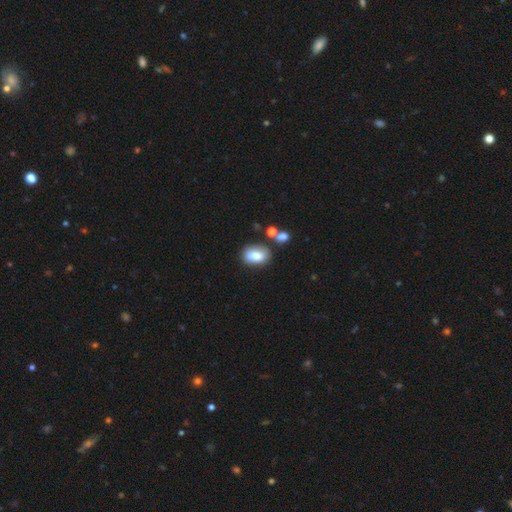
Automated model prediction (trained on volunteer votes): Overall: smooth (81%). How rounded: in between (85%). Merging: none (66%).